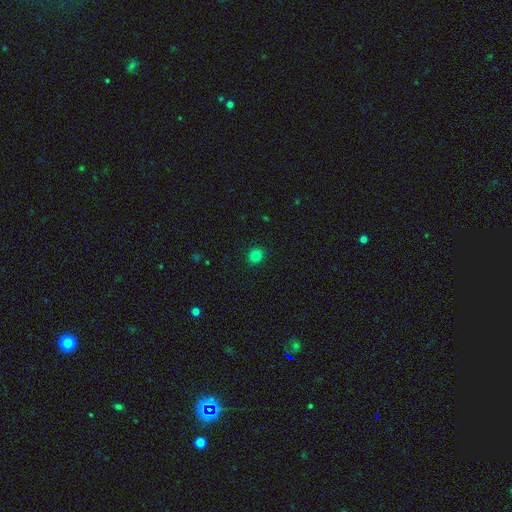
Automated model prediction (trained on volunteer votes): Smooth or featured? Predicted: smooth (p=0.81). How rounded? Predicted: round (p=0.90). Merging? Predicted: none (p=0.92).